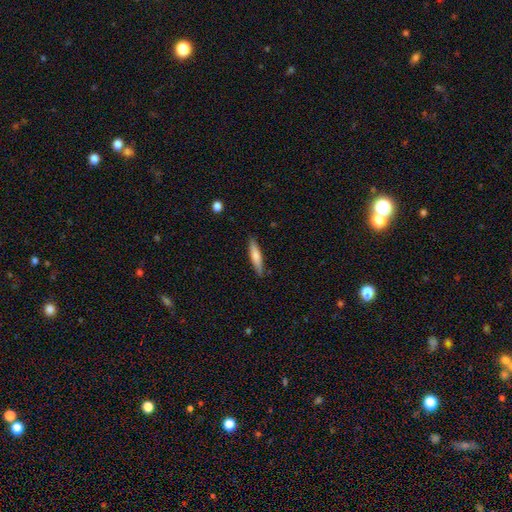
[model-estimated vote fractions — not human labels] Smooth or featured: smooth — 67% (featured or disk — 27%)
How rounded: cigar-shaped — 87% (in between — 12%)
Merging: none — 87% (minor disturbance — 10%)